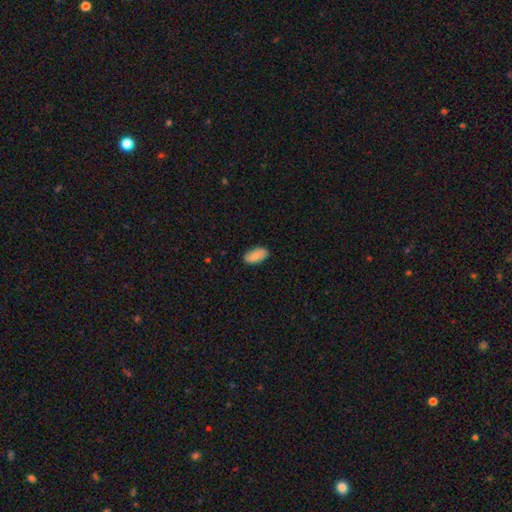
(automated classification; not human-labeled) Smooth or featured? Predicted: smooth (p=0.80). How rounded? Predicted: in between (p=0.94). Merging? Predicted: none (p=0.86).